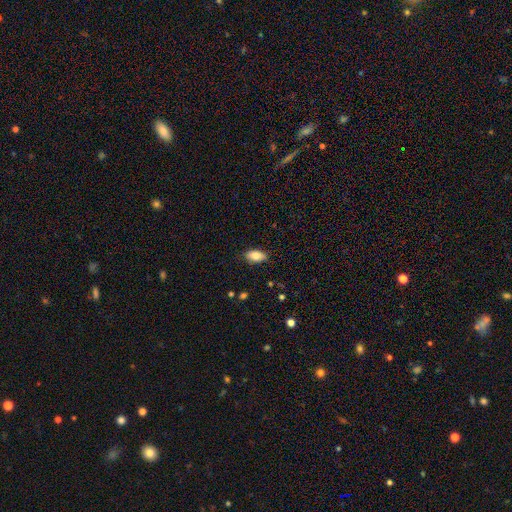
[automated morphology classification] This is likely a smooth galaxy (80%). How rounded: clearly in between (91%). Merging: clearly none (86%).